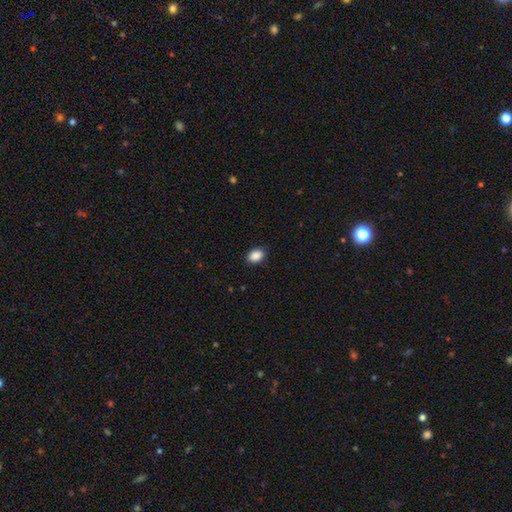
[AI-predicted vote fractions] Morphology: type=smooth (89%); roundness=in between (76%); merging=none (88%).